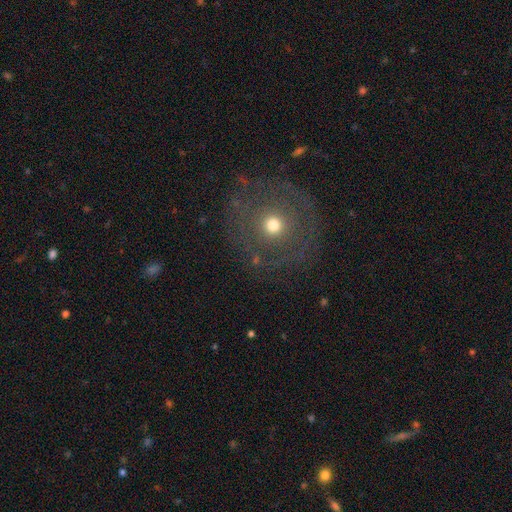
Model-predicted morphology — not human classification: The model was most divided on "smooth or featured": featured or disk: 43%, smooth: 39%, star or artifact: 18%. More confident: merging — none (83%).